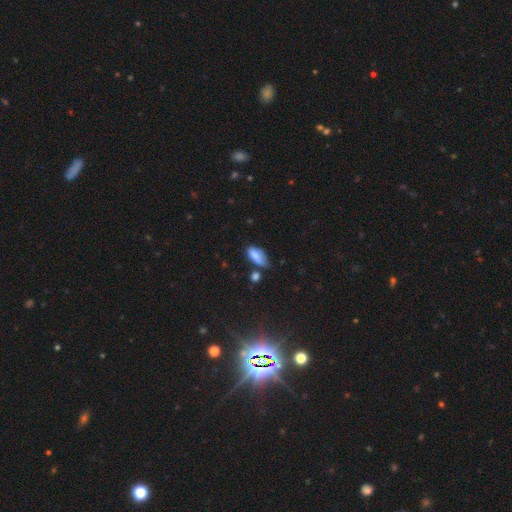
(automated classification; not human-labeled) A smooth galaxy with no disk features (78%) that is in between round and cigar-shaped (88%). Merging: none (41%).